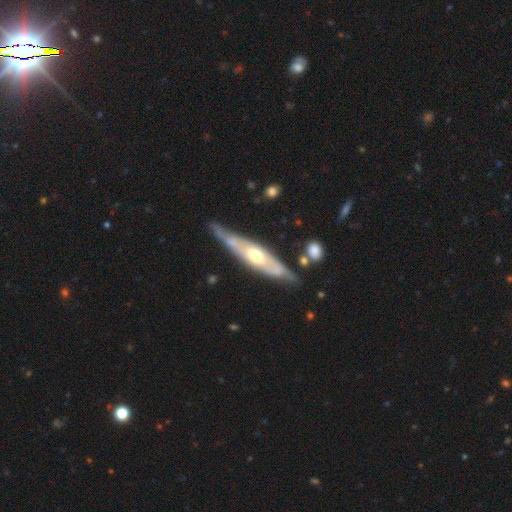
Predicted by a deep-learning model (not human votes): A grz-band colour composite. It shows a featured or disk galaxy (70%) viewed edge-on (62%). Merging: none (72%).